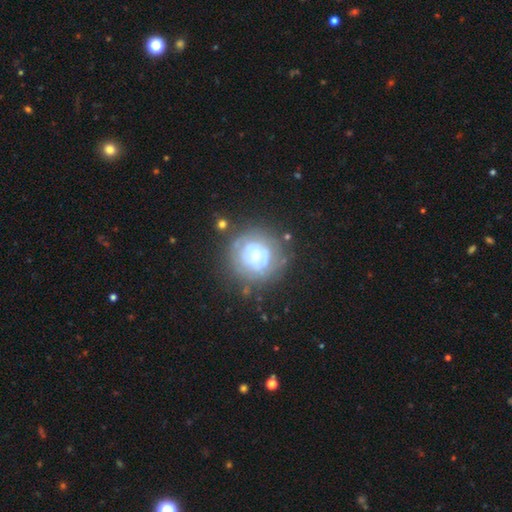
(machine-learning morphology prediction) Overall: featured or disk (57%; smooth 35%). Edge-on disk: no (97%). Bar: no (82%). Spiral arms: no (56%; yes 44%). Bulge size: small (49%; moderate 39%). Merging: none (72%).